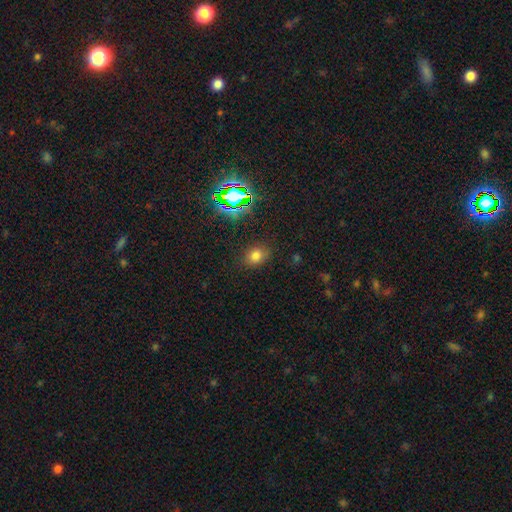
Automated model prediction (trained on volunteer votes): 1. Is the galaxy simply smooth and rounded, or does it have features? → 71% smooth, 21% star or artifact, 7% featured or disk.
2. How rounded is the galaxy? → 55% in between, 44% round, 1% cigar-shaped.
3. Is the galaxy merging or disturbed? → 84% none, 11% minor disturbance, 4% major disturbance, 2% merger.